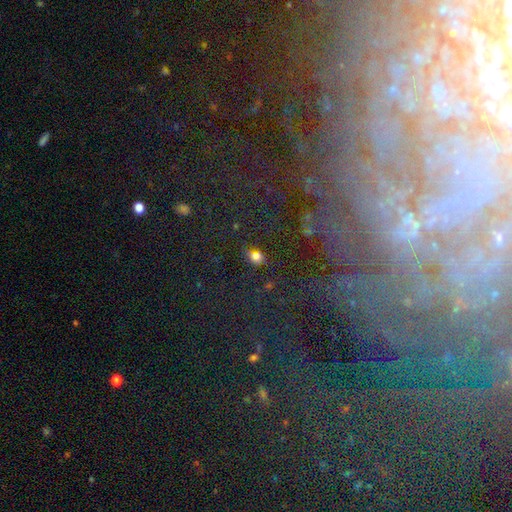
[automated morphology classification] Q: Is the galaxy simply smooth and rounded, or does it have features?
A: smooth — 67%.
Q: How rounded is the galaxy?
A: in between — 65%.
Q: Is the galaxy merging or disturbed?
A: none — 69%.